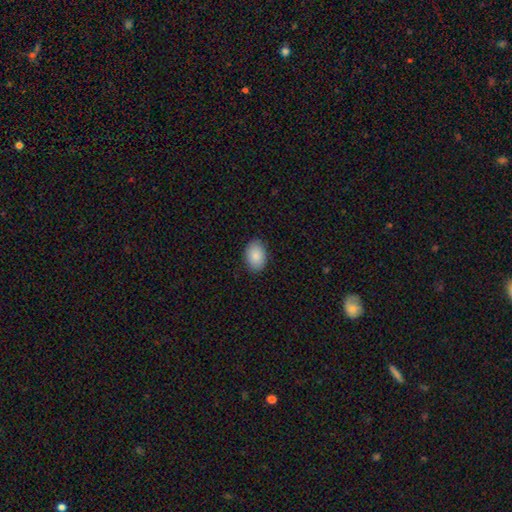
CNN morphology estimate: The model was most divided on "how rounded": in between: 87%, round: 12%, cigar-shaped: 1%. More confident: merging — none (88%); smooth or featured — smooth (88%).